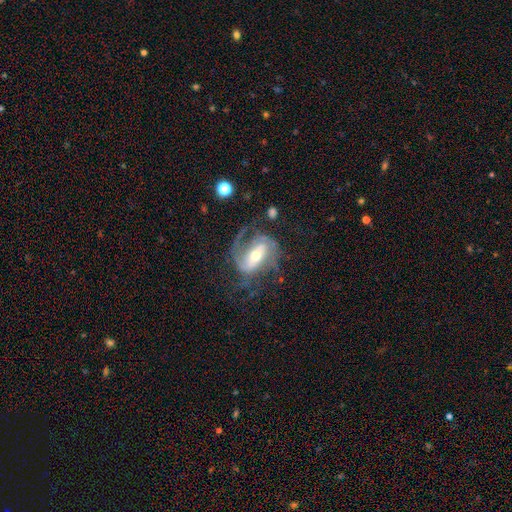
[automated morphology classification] A featured or disk galaxy (84%) with a strong bar (44%), 2 (57%) medium (47%) spiral arms (93%) and a moderate central bulge (58%). Merging: none (54%).